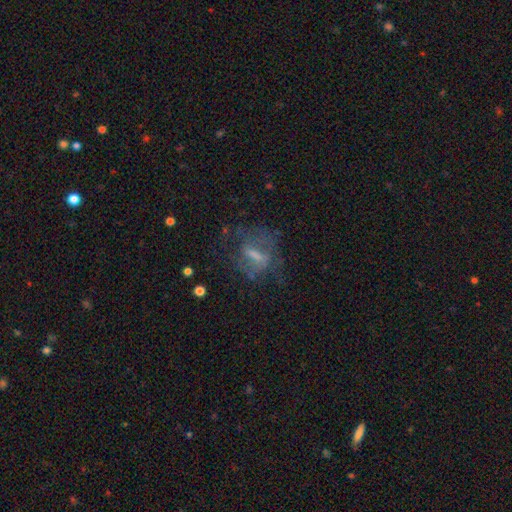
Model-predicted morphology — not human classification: Smooth or featured? Predicted: featured or disk (p=0.53). Edge-on disk? Predicted: no (p=0.91). Merging? Predicted: none (p=0.51).